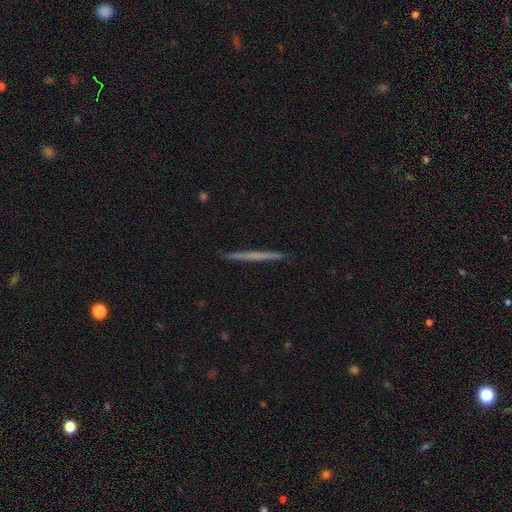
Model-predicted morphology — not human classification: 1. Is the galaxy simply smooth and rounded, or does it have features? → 50% featured or disk, 44% smooth, 6% star or artifact.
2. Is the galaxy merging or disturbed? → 92% none, 6% minor disturbance, 1% major disturbance, 1% merger.